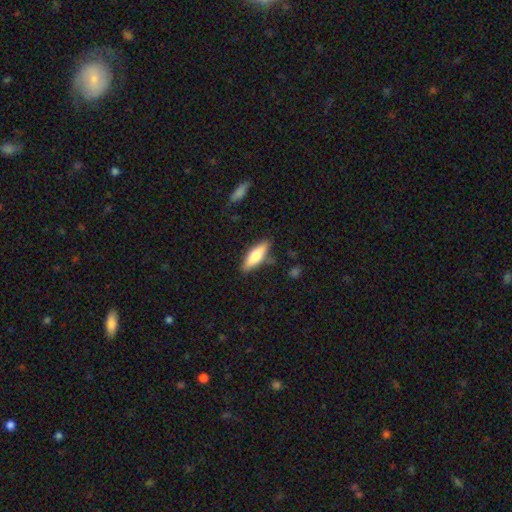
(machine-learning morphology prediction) A smooth galaxy with no disk features (63%) that is in between round and cigar-shaped (50%). Merging: none (81%).